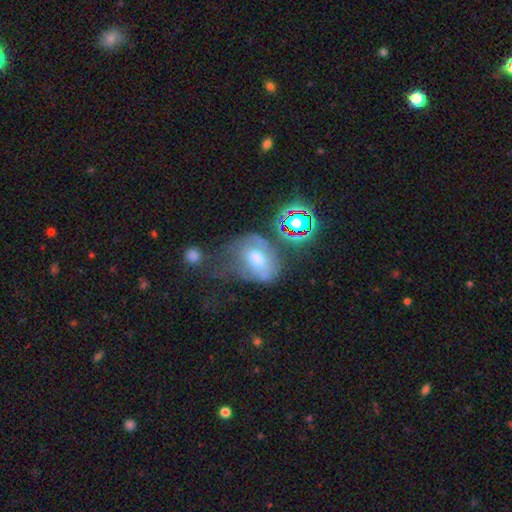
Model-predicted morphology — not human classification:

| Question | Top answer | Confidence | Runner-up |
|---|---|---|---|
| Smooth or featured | featured or disk | 40% | tied: smooth (40%) |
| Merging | major disturbance | 35% | none (27%) |